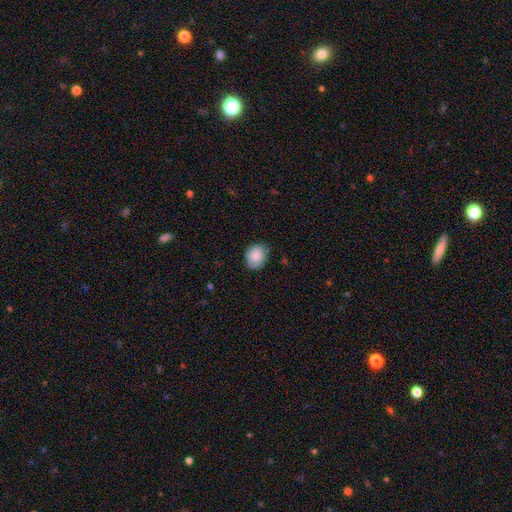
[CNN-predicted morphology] Q: Smooth or featured?
A: smooth (86%); runner-up: star or artifact (7%)
Q: How rounded?
A: round (50%); tied with: in between (50%)
Q: Merging?
A: none (72%); runner-up: minor disturbance (23%)